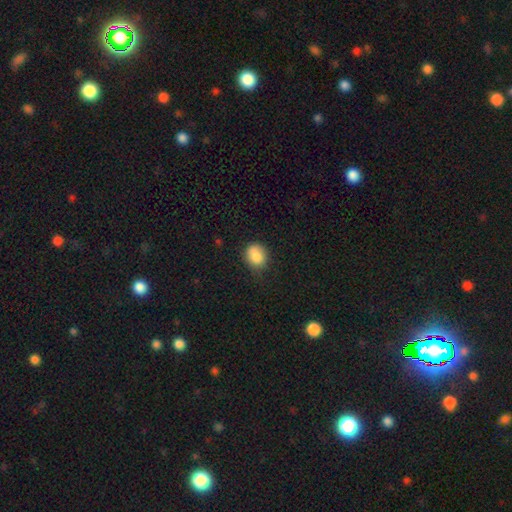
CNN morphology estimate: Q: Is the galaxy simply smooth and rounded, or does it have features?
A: smooth — 84%.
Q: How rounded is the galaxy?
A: round — 58%.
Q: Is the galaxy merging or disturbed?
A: none — 62%.